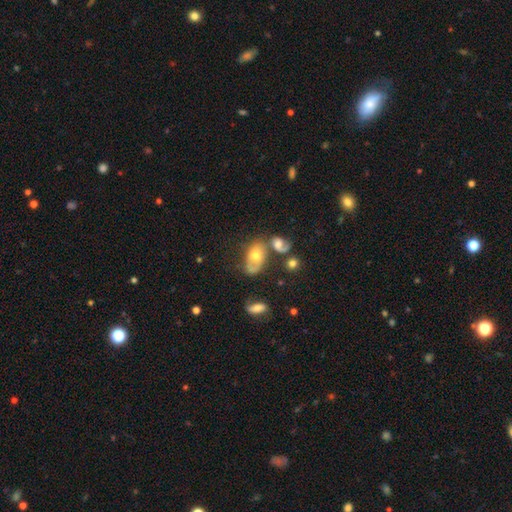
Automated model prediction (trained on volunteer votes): smooth 56%, featured or disk 33%, star or artifact 11%. Down the decision tree: how rounded — in between (84%); merging — none (31%).